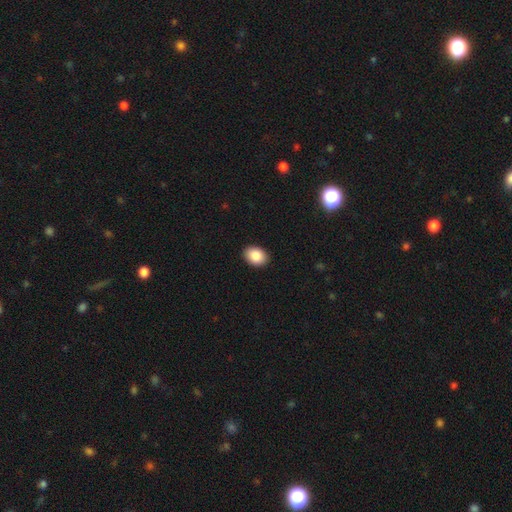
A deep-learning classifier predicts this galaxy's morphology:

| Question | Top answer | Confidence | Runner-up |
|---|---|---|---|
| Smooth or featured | smooth | 87% | star or artifact (7%) |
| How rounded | in between | 76% | round (23%) |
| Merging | none | 91% | minor disturbance (6%) |